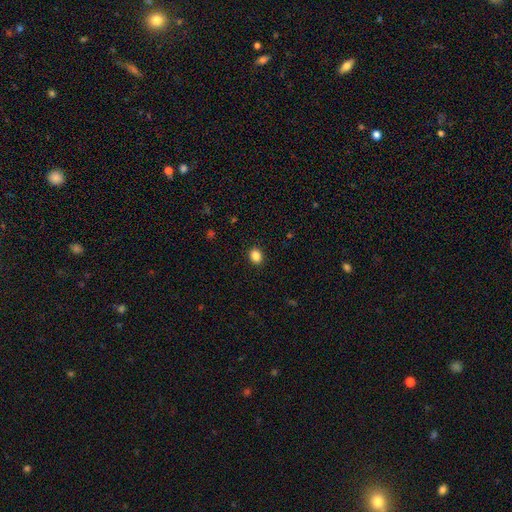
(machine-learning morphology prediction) smooth-or-featured: smooth: 87% | star or artifact: 10% | featured or disk: 3%
  how-rounded: in between: 56% | round: 43% | cigar-shaped: 1%
  merging: none: 91% | minor disturbance: 6% | major disturbance: 2% | merger: 1%